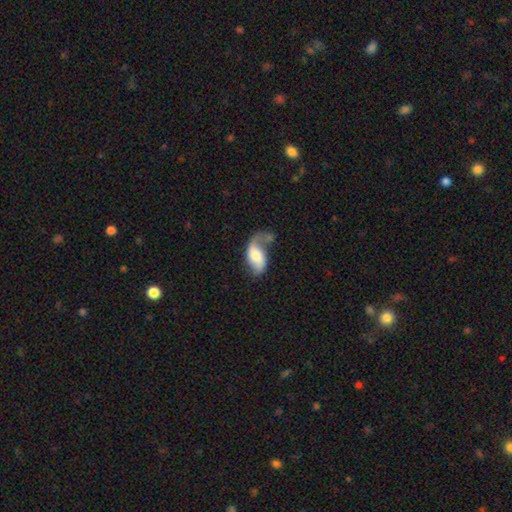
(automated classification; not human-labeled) Smooth or featured? Predicted: featured or disk (p=0.56). Edge-on disk? Predicted: no (p=0.95). Bar? Predicted: no (p=0.55). Spiral arms? Predicted: yes (p=0.84). Bulge size? Predicted: moderate (p=0.41). Merging? Predicted: none (p=0.29).